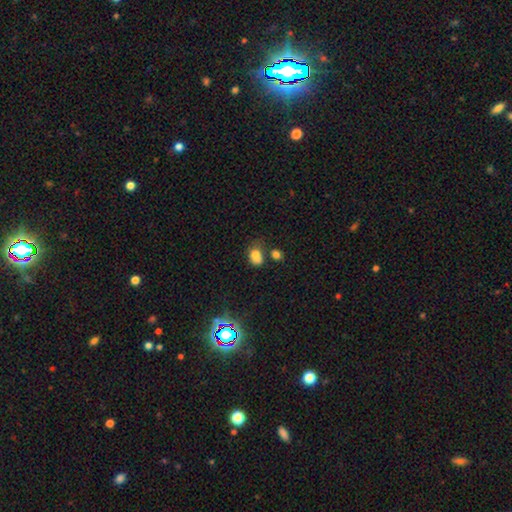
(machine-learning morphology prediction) This appears to be a smooth galaxy with no disk features (77%) that is in between round and cigar-shaped (74%). Merging: none (44%).